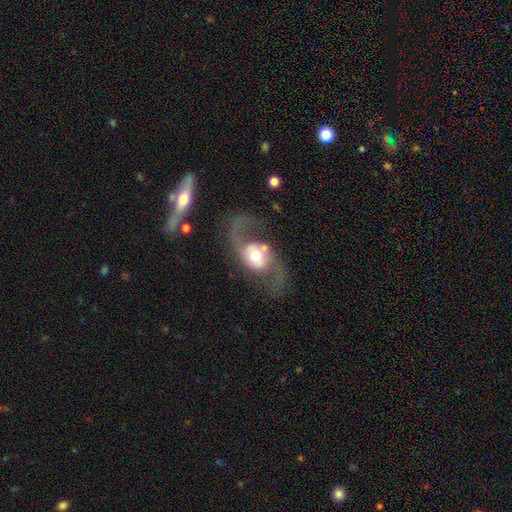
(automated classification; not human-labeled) Morphology: type=featured or disk (78%); edge-on=no (95%); bar=no (58%); spiral arms=yes (87%); winding=loose (67%); arm count=2 (91%); bulge=moderate (62%); merging=none (61%).